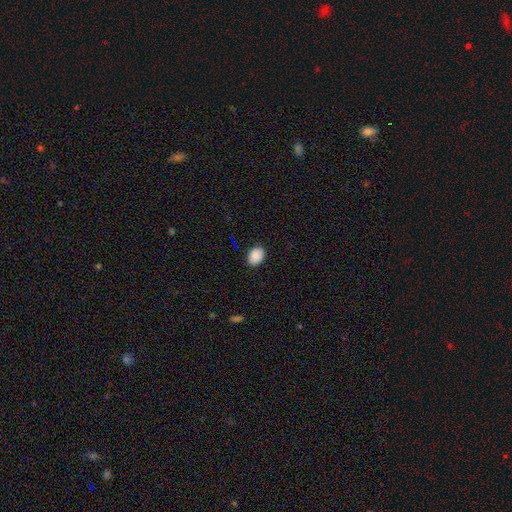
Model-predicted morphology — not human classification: Smooth or featured?
  - smooth: 87% *
  - star or artifact: 8%
  - featured or disk: 5%
How rounded?
  - in between: 71% *
  - round: 28%
  - cigar-shaped: 1%
Merging?
  - none: 87% *
  - minor disturbance: 10%
  - major disturbance: 2%
  - merger: 1%